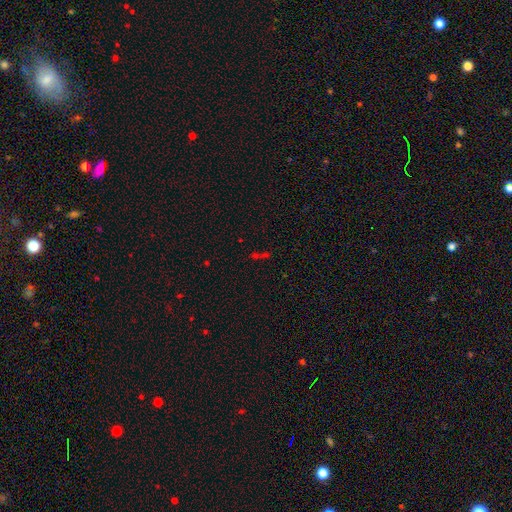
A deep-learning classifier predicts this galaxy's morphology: star or artifact 54%, smooth 32%, featured or disk 14%.